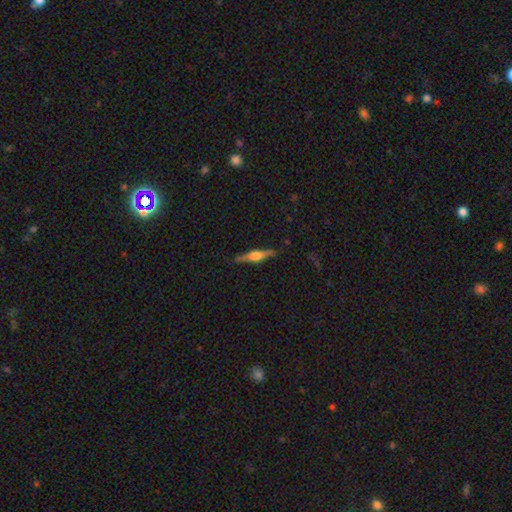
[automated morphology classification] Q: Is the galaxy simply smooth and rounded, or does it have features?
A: featured or disk — 73%.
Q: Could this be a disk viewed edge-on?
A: yes — 97%.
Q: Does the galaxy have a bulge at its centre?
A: rounded — 82%.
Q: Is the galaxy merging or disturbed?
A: none — 87%.